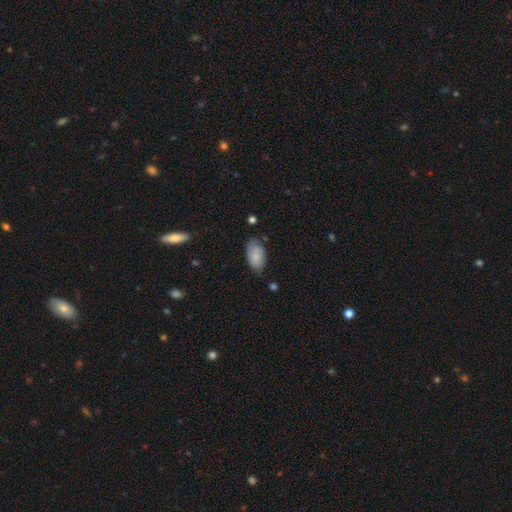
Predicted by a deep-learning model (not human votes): smooth 74%, featured or disk 19%, star or artifact 7%. Down the decision tree: how rounded — in between (94%); merging — none (60%).